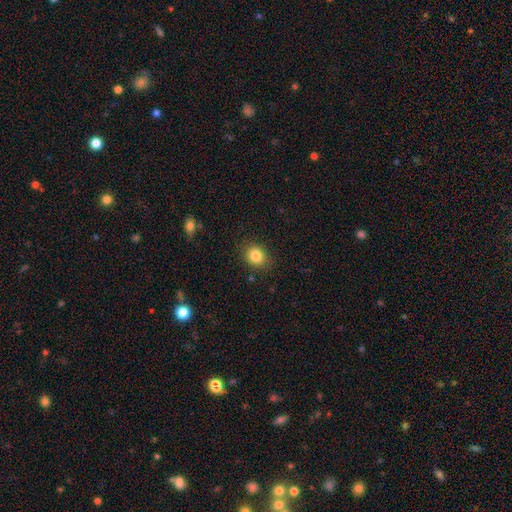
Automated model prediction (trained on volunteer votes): This is clearly a smooth galaxy (84%). How rounded: likely round (71%). Merging: clearly none (87%).